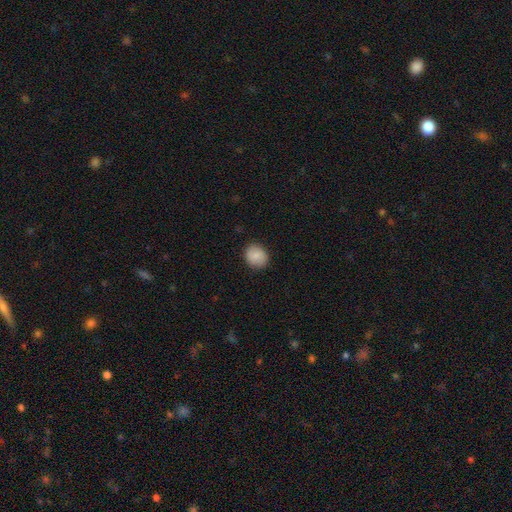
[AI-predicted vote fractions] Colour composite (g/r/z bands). It shows a smooth galaxy with no disk features (82%) that is round (68%). Merging: none (87%).